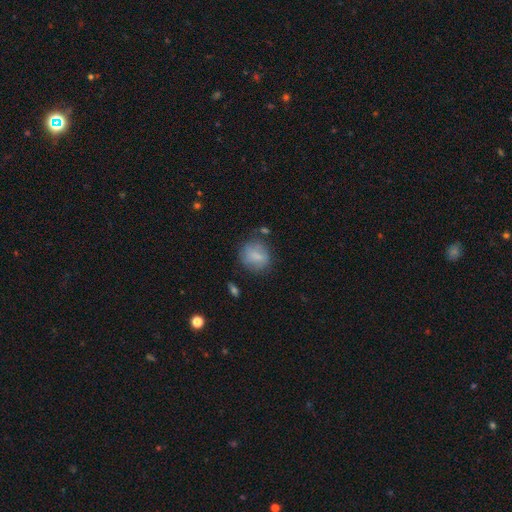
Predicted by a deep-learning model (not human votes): Smooth or featured?
  - smooth: 73% *
  - featured or disk: 19%
  - star or artifact: 9%
How rounded?
  - round: 68% *
  - in between: 30%
  - cigar-shaped: 2%
Merging?
  - none: 66% *
  - minor disturbance: 22%
  - major disturbance: 8%
  - merger: 4%